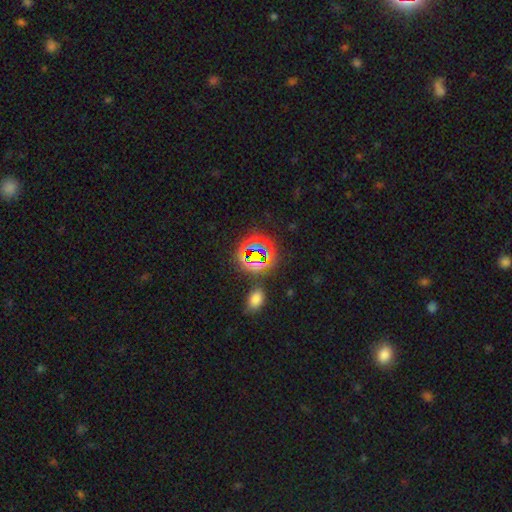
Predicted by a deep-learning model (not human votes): Morphology: type=star or artifact (58%).